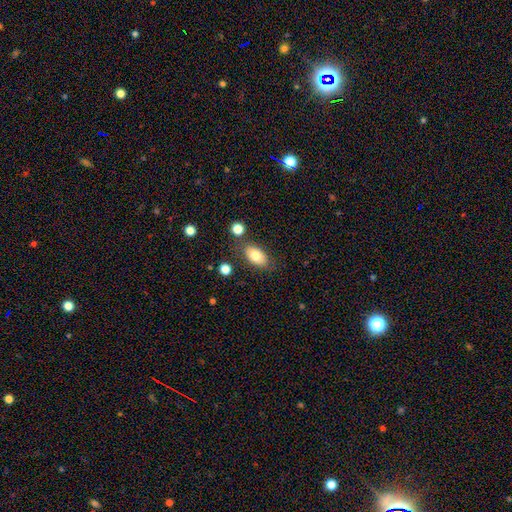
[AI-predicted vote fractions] Overall: smooth (78%). How rounded: in between (91%). Merging: none (77%).